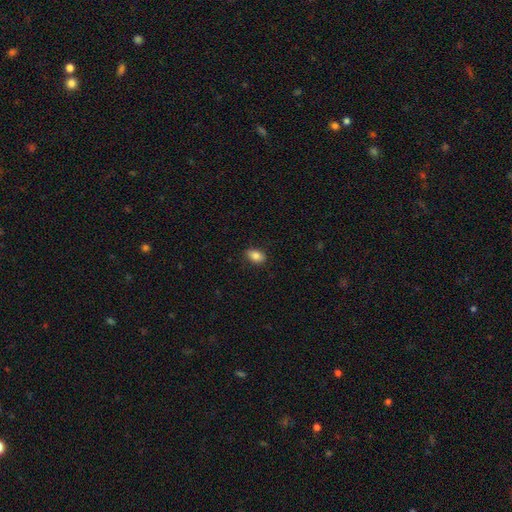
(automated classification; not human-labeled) The model was most divided on "merging": none: 83%, minor disturbance: 13%, major disturbance: 2%, merger: 1%. More confident: how rounded — in between (85%); smooth or featured — smooth (84%).